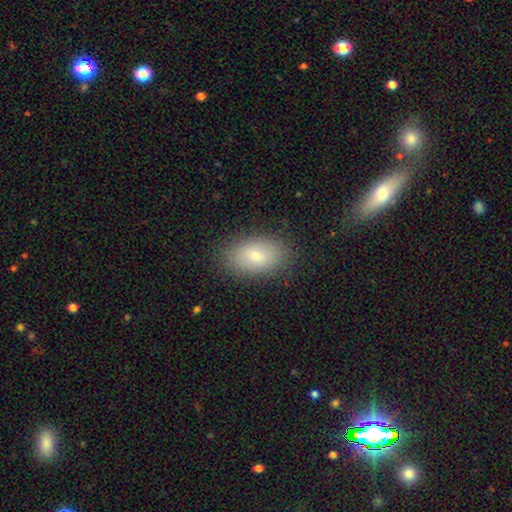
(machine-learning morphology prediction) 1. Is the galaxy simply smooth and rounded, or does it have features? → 79% smooth, 13% featured or disk, 8% star or artifact.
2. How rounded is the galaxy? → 91% in between, 7% round, 2% cigar-shaped.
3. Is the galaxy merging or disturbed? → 86% none, 10% minor disturbance, 3% major disturbance, 1% merger.